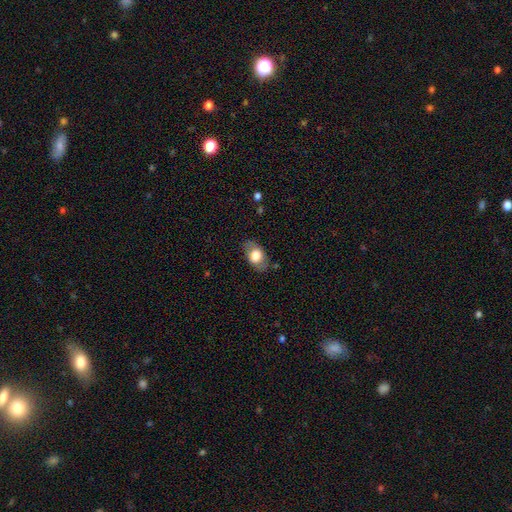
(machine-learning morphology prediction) The model was most divided on "smooth or featured": smooth: 72%, featured or disk: 21%, star or artifact: 7%. More confident: how rounded — in between (85%); merging — none (76%).